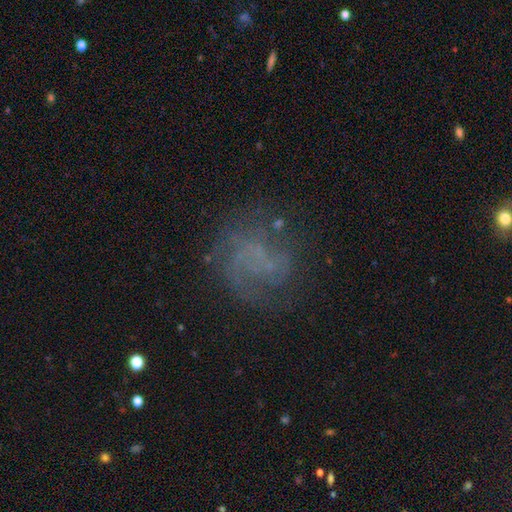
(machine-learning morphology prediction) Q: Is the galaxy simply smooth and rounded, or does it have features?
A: featured or disk — 56%.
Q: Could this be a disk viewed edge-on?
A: no — 98%.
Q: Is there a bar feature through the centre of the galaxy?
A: no — 77%.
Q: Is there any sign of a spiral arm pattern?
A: yes — 62%.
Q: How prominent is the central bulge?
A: none — 74%.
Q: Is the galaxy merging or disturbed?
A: none — 63%.